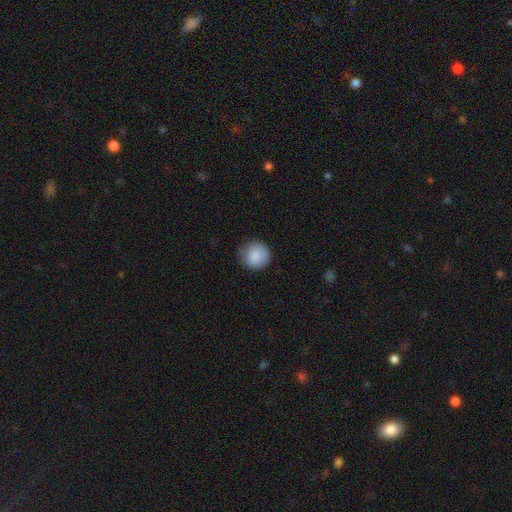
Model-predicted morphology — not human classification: A smooth galaxy with no disk features (89%) that is round (94%). Merging: none (85%).